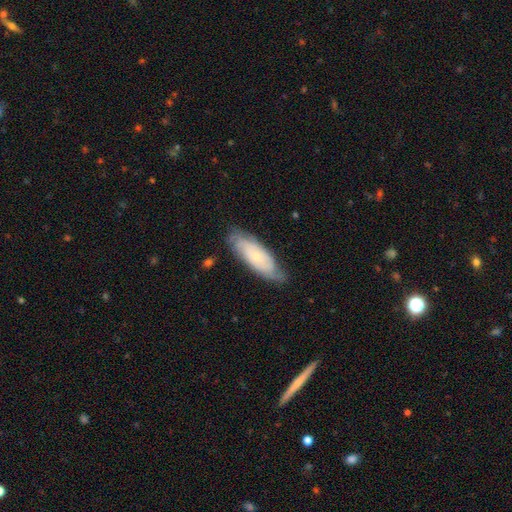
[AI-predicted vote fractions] Smooth or featured: featured or disk — 64% (smooth — 29%)
Edge-on disk: no — 85% (yes — 15%)
Bar: no — 77% (weak — 18%)
Spiral arms: yes — 87% (no — 13%)
Bulge size: small — 76% (moderate — 18%)
Merging: none — 74% (minor disturbance — 20%)